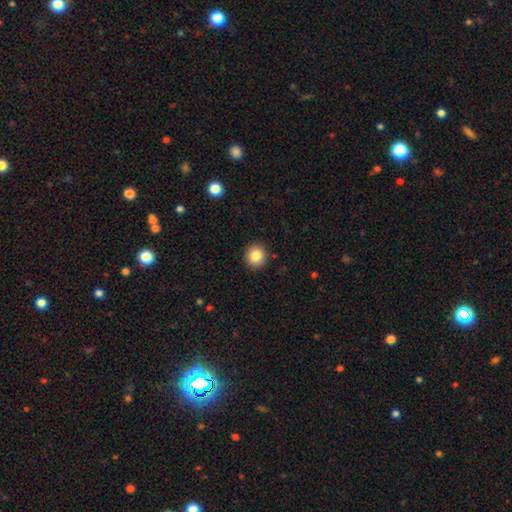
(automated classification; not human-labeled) Q: Smooth or featured?
A: smooth (84%); runner-up: star or artifact (10%)
Q: How rounded?
A: round (90%); runner-up: in between (9%)
Q: Merging?
A: none (91%); runner-up: minor disturbance (6%)